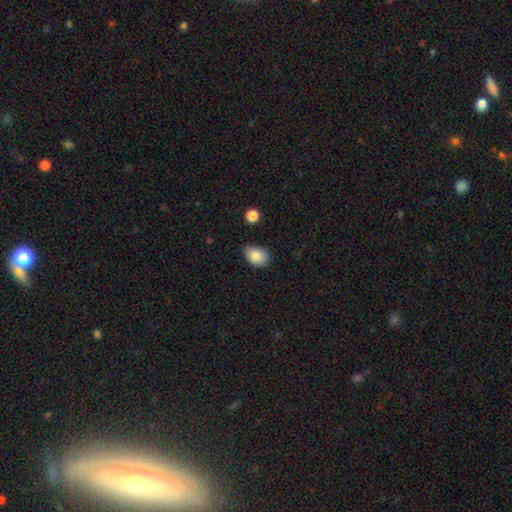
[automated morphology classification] Smooth or featured: smooth — 85% (star or artifact — 8%)
How rounded: in between — 73% (round — 25%)
Merging: none — 70% (minor disturbance — 24%)